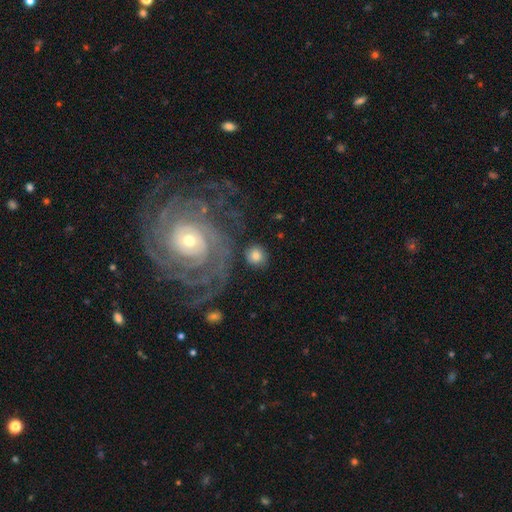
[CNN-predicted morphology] This appears to be a smooth galaxy with no disk features (71%) that is round (86%). Merging: none (78%).